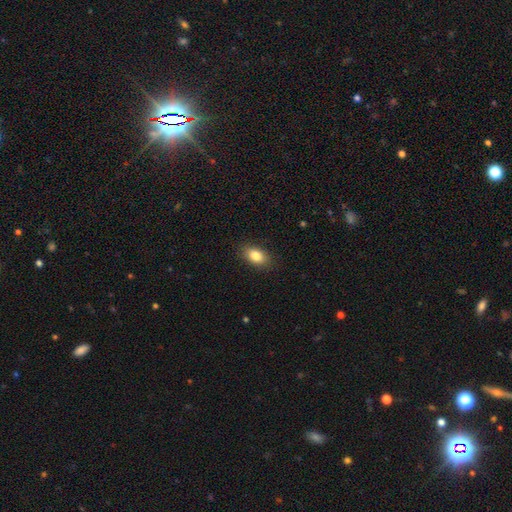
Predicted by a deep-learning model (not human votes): A smooth galaxy with no disk features (84%) that is in between round and cigar-shaped (88%). Merging: none (87%).